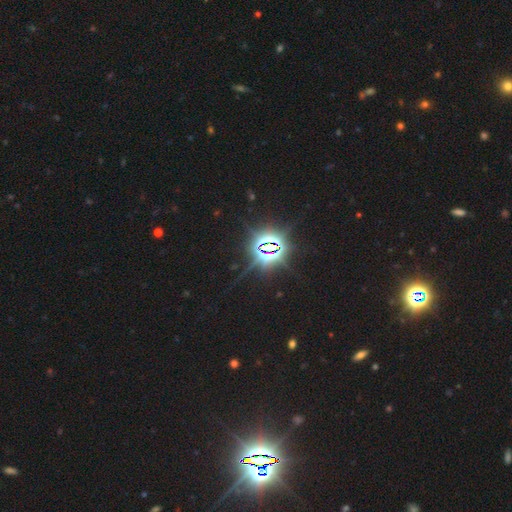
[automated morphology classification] smooth-or-featured: star or artifact: 86% | featured or disk: 7% | smooth: 7%